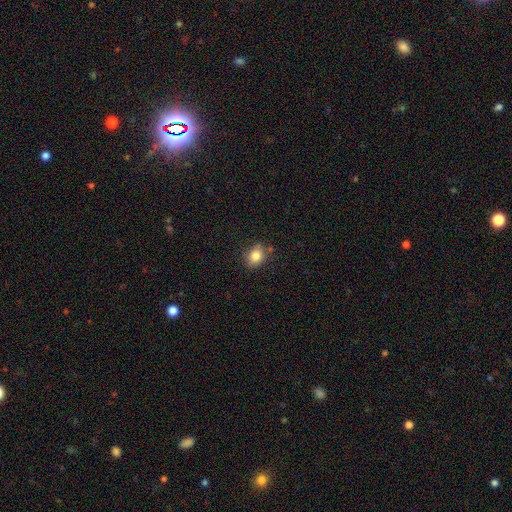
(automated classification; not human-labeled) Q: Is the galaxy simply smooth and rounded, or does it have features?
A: smooth — 82%.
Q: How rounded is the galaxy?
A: in between — 51%.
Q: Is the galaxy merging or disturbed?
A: none — 79%.